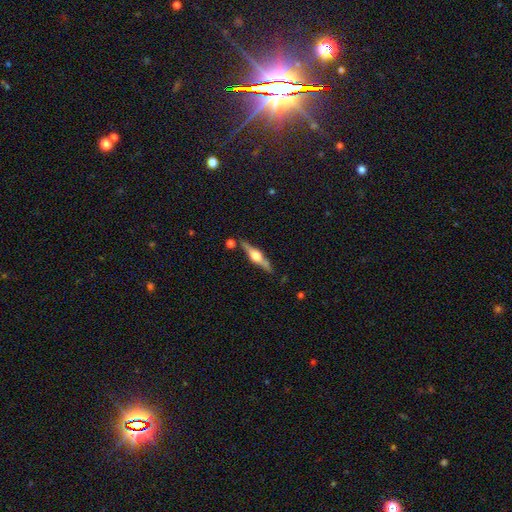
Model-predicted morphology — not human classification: smooth_or_featured: featured or disk (p=0.79) [alt: smooth p=0.16]
disk_edge_on: yes (p=0.98) [alt: no p=0.02]
edge_on_bulge: rounded (p=0.93) [alt: boxy p=0.06]
merging: none (p=0.83) [alt: minor disturbance p=0.10]